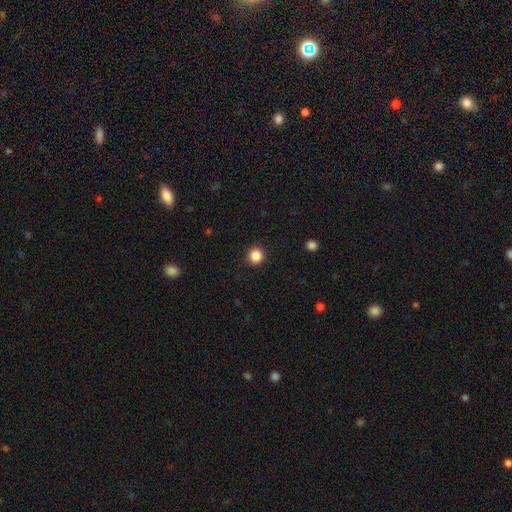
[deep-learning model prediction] This appears to be a smooth galaxy with no disk features (86%) that is round (91%). Merging: none (91%).